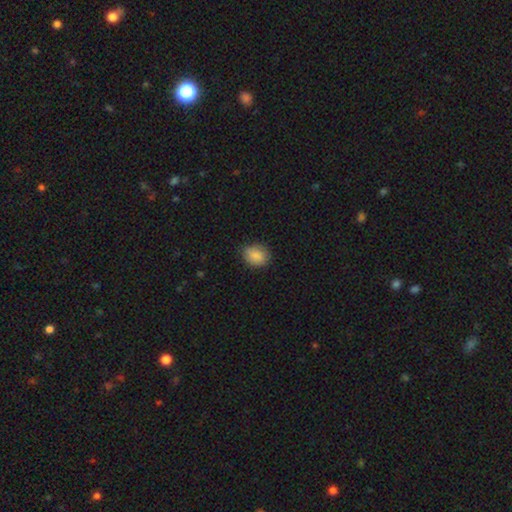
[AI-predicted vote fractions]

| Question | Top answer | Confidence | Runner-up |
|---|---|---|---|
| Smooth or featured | smooth | 87% | star or artifact (8%) |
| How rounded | round | 54% | in between (45%) |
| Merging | none | 81% | minor disturbance (15%) |